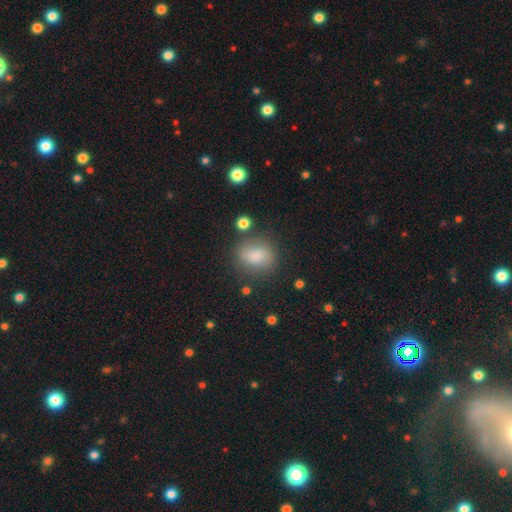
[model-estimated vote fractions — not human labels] Morphology: type=smooth (78%); roundness=round (53%); merging=none (71%).